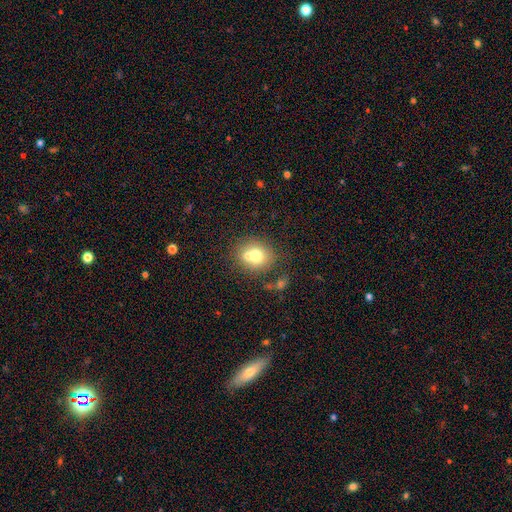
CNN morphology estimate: This appears to be a smooth galaxy with no disk features (69%) that is round (74%). Merging: none (48%).